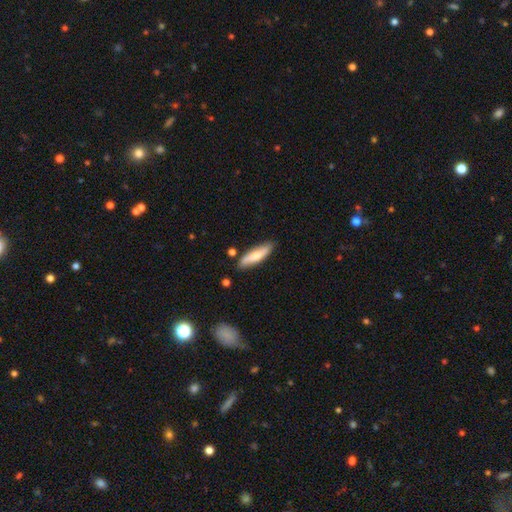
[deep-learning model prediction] Overall: smooth (68%). How rounded: cigar-shaped (63%; in between 35%). Merging: none (82%).